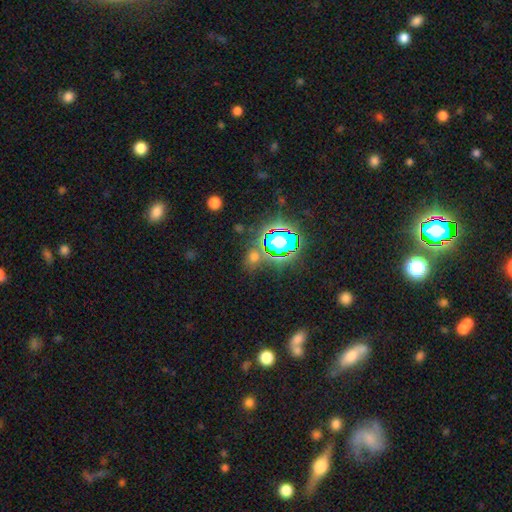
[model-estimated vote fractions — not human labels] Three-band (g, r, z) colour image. It shows a star or artifact, not a galaxy (61%).